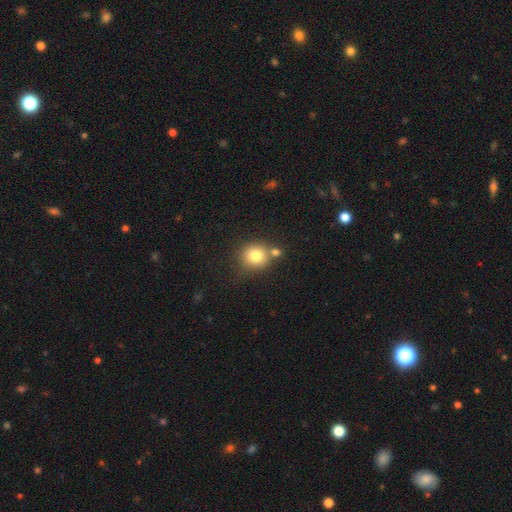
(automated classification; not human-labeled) A smooth galaxy with no disk features (79%) that is round (87%).

Vote fractions:
- Smooth or featured? smooth: 79% / star or artifact: 11% / featured or disk: 10%
- How rounded? round: 87% / in between: 12% / cigar-shaped: 1%
- Merging? none: 60% / merger: 24% / minor disturbance: 12% / major disturbance: 4%